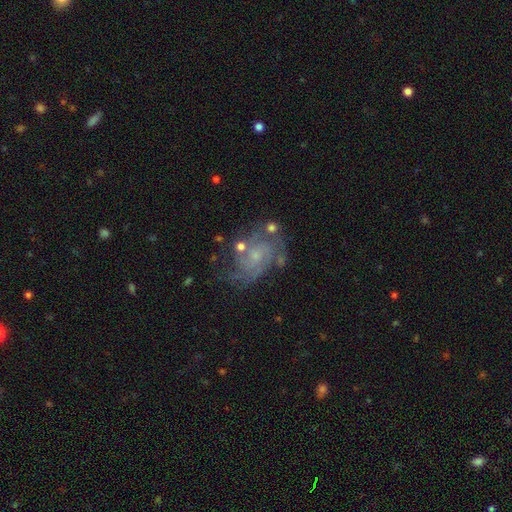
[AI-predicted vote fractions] This is likely a featured or disk galaxy (75%). It is clearly not viewed edge-on (97%). Bar: likely no (72%). Spiral arm pattern: clearly yes (85%). Spiral arm count: marginally can't tell (38%). Spiral winding: marginally medium (42%). Central bulge: likely small (64%). Merging: possibly none (56%).